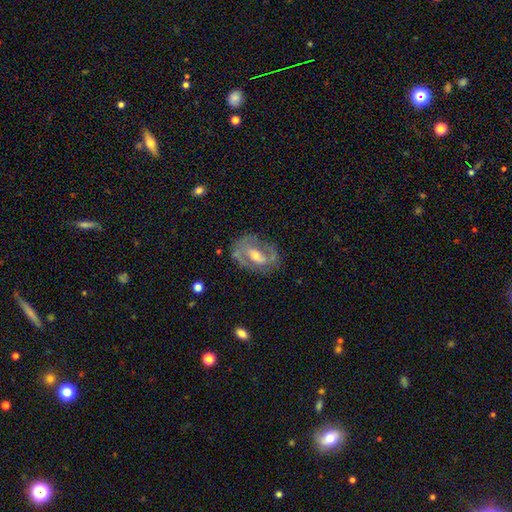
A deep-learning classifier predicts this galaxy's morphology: Smooth or featured? featured or disk (76%)
Edge-on disk? no (95%)
Bar? weak (41%)
Spiral arms? yes (71%)
Spiral winding? medium (46%)
Spiral arm count? 2 (69%)
Bulge size? moderate (59%)
Merging? none (64%)